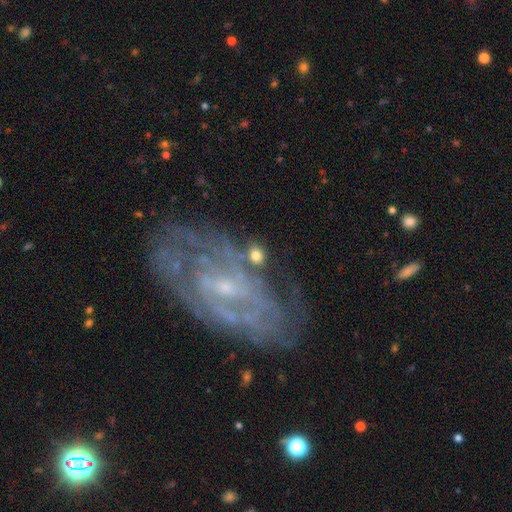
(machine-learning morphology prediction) Smooth or featured? Predicted: smooth (p=0.55). How rounded? Predicted: round (p=0.52). Merging? Predicted: none (p=0.71).